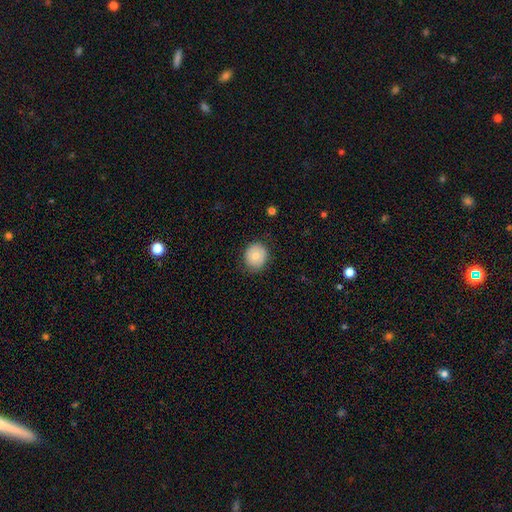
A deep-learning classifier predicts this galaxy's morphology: A smooth galaxy with no disk features (70%) that is round (78%). Merging: none (81%).